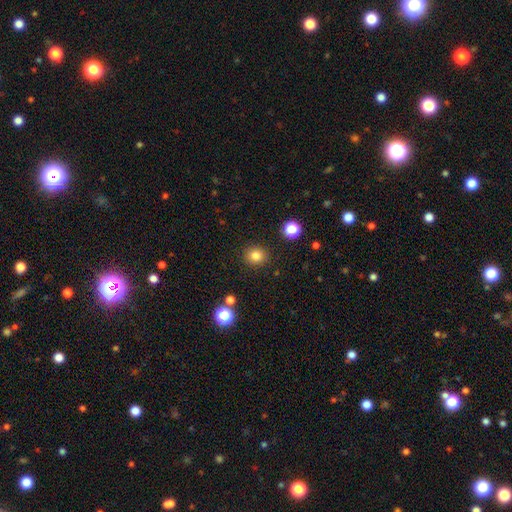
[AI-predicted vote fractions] Q: Smooth or featured?
A: smooth (82%); runner-up: star or artifact (13%)
Q: How rounded?
A: round (81%); runner-up: in between (18%)
Q: Merging?
A: none (89%); runner-up: minor disturbance (7%)